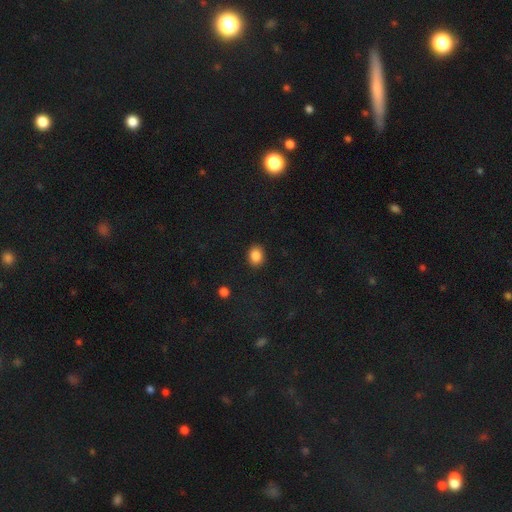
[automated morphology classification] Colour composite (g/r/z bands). It shows a smooth galaxy with no disk features (86%) that is round (50%). Merging: none (90%).